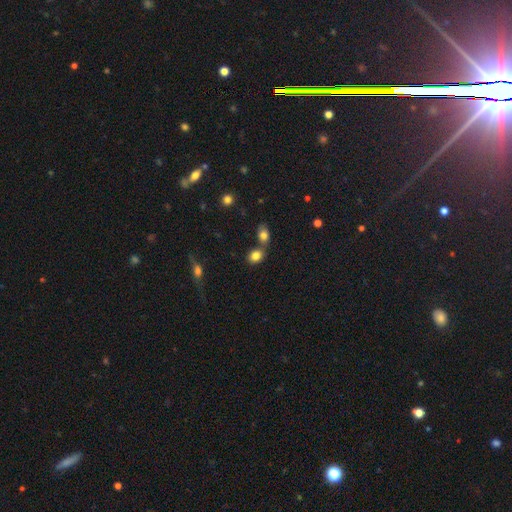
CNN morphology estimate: smooth 83%, star or artifact 10%, featured or disk 7%. Down the decision tree: how rounded — in between (63%); merging — none (52%).